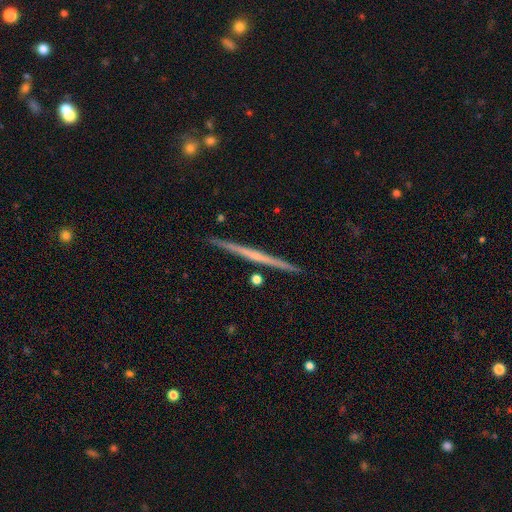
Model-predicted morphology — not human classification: The model was most divided on "smooth or featured": featured or disk: 69%, smooth: 26%, star or artifact: 6%. More confident: edge-on disk — yes (98%); merging — none (91%); edge-on bulge — none (72%).